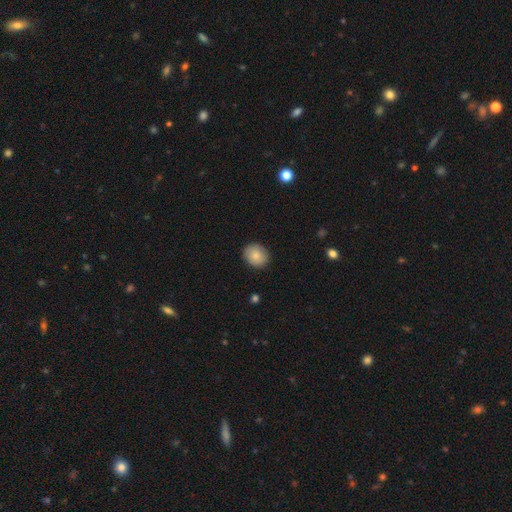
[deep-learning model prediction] A smooth galaxy with no disk features (82%) that is round (74%).

Vote fractions:
- Smooth or featured? smooth: 82% / featured or disk: 10% / star or artifact: 7%
- How rounded? round: 74% / in between: 26% / cigar-shaped: 1%
- Merging? none: 88% / minor disturbance: 9% / major disturbance: 2% / merger: 1%